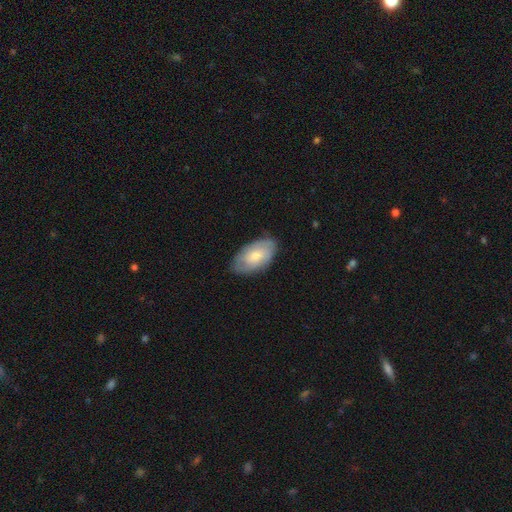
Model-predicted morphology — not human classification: This is possibly a smooth galaxy (58%). How rounded: clearly in between (93%). Merging: likely none (77%).